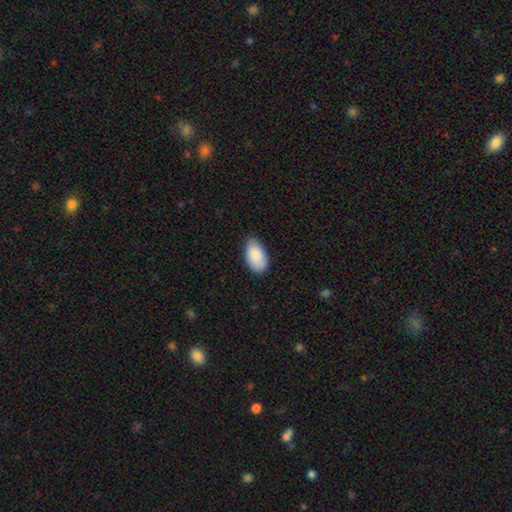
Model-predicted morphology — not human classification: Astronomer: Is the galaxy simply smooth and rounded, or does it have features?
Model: smooth — 88%.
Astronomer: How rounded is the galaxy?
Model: in between — 96%.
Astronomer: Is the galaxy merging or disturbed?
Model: none — 79%.